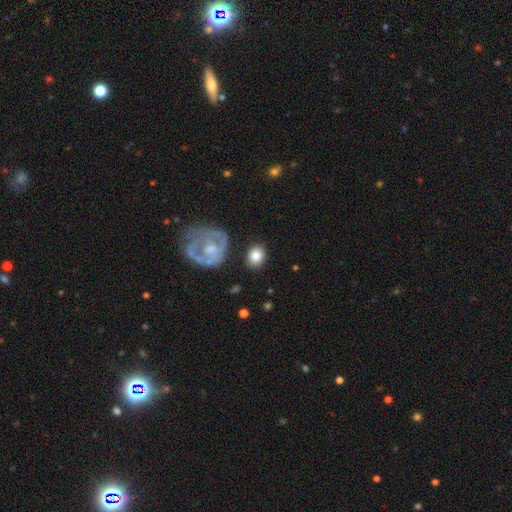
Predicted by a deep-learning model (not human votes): smooth 80%, featured or disk 13%, star or artifact 7%. Down the decision tree: how rounded — round (59%); merging — none (83%).